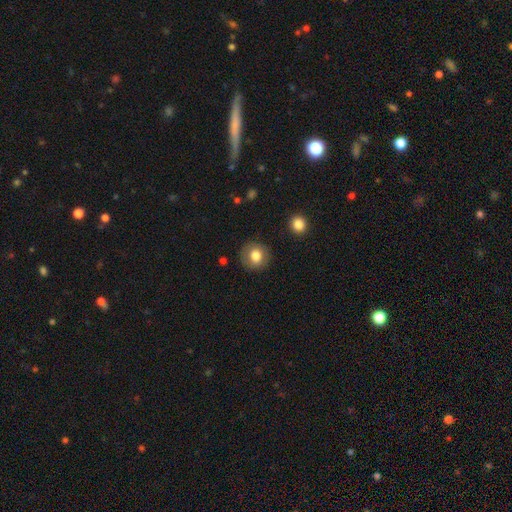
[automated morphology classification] Smooth or featured? smooth (80%)
How rounded? round (88%)
Merging? none (88%)